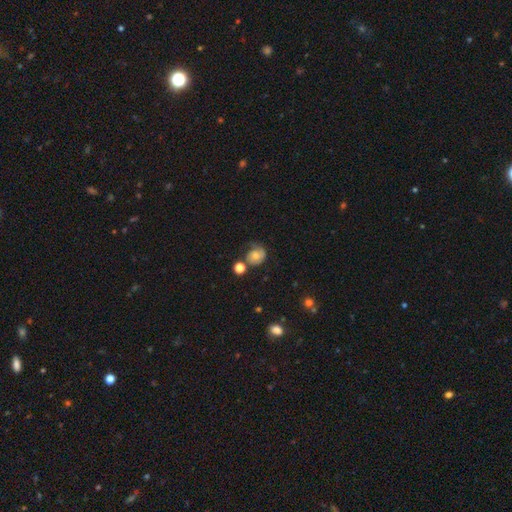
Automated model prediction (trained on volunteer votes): Overall: featured or disk (50%; smooth 41%). Merging: none (44%; minor disturbance 25%).